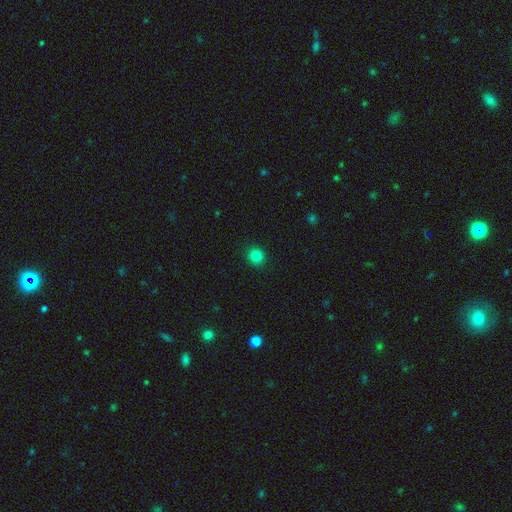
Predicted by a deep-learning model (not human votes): Morphology: type=smooth (83%); roundness=round (91%); merging=none (91%).